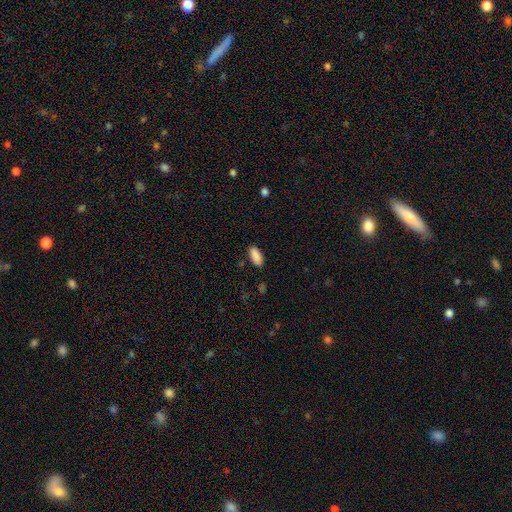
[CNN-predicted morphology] Smooth or featured?
  - smooth: 89% *
  - star or artifact: 7%
  - featured or disk: 3%
How rounded?
  - in between: 87% *
  - cigar-shaped: 11%
  - round: 2%
Merging?
  - none: 85% *
  - minor disturbance: 11%
  - major disturbance: 2%
  - merger: 2%